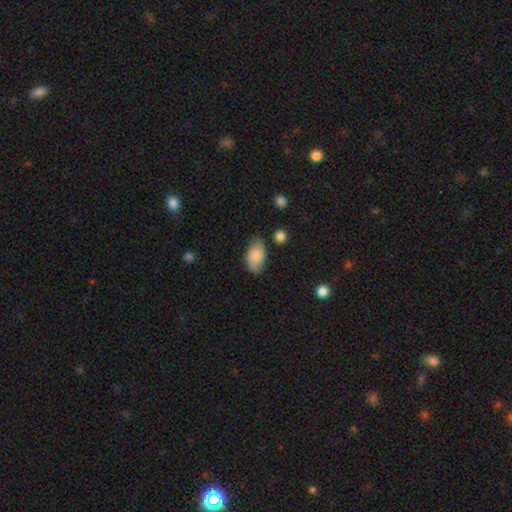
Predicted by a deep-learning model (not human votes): This appears to be a smooth galaxy with no disk features (80%) that is in between round and cigar-shaped (92%). Merging: none (73%).